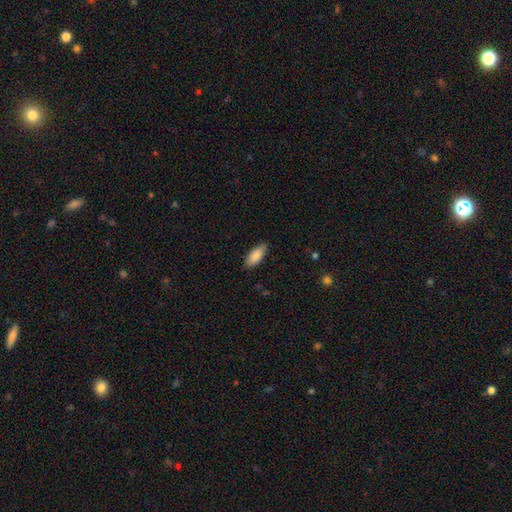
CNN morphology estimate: smooth-or-featured: smooth: 87% | featured or disk: 7% | star or artifact: 6%
  how-rounded: in between: 85% | cigar-shaped: 14% | round: 2%
  merging: none: 82% | minor disturbance: 14% | major disturbance: 2% | merger: 1%